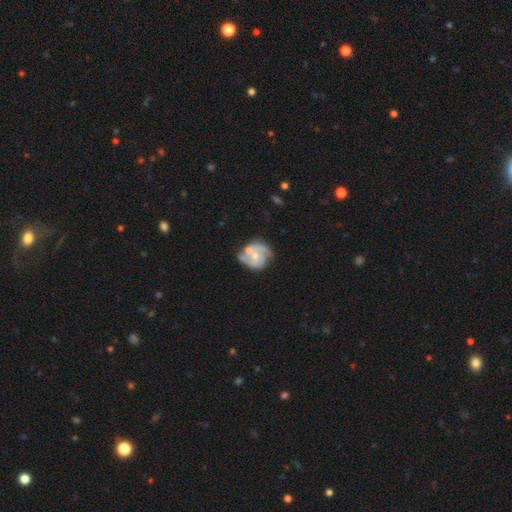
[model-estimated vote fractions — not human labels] featured or disk 72%, smooth 22%, star or artifact 6%. Down the decision tree: edge-on disk — no (98%); bar — no (66%); spiral arms — yes (82%); spiral arm count — 2 (63%); spiral winding — medium (46%); bulge size — moderate (47%); merging — none (47%).